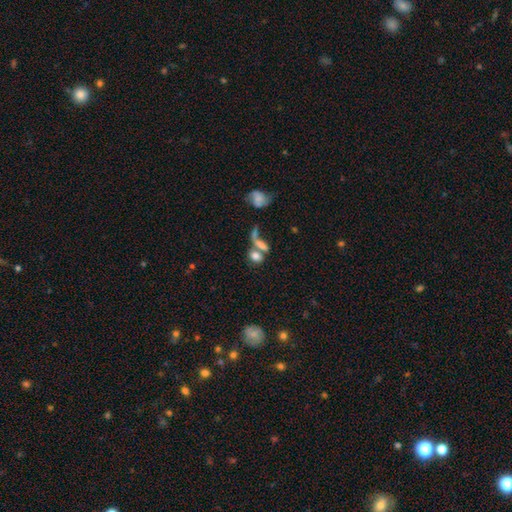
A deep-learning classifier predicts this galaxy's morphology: The model was most divided on "merging": merger: 47%, none: 33%, major disturbance: 11%, minor disturbance: 9%. More confident: smooth or featured — smooth (73%); how rounded — in between (65%).